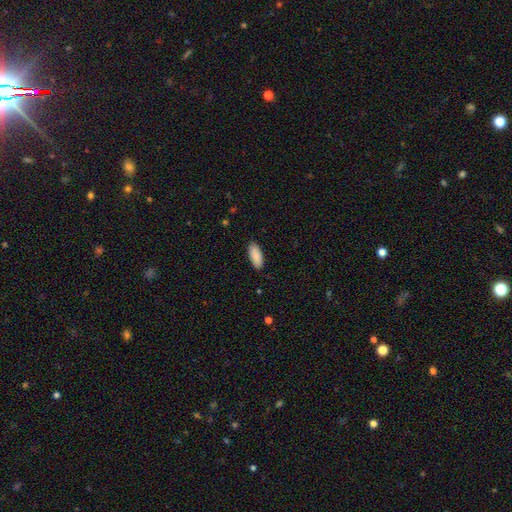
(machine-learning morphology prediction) This is clearly a smooth galaxy (90%). How rounded: clearly in between (83%). Merging: clearly none (88%).